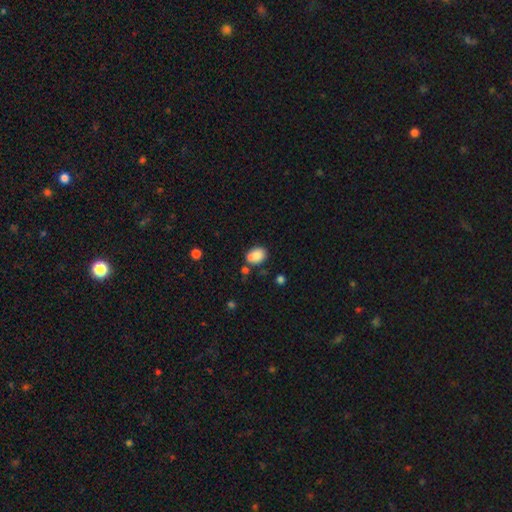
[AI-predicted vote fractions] smooth_or_featured: smooth (p=0.85) [alt: star or artifact p=0.09]
how_rounded: in between (p=0.70) [alt: round p=0.29]
merging: none (p=0.59) [alt: minor disturbance p=0.19]